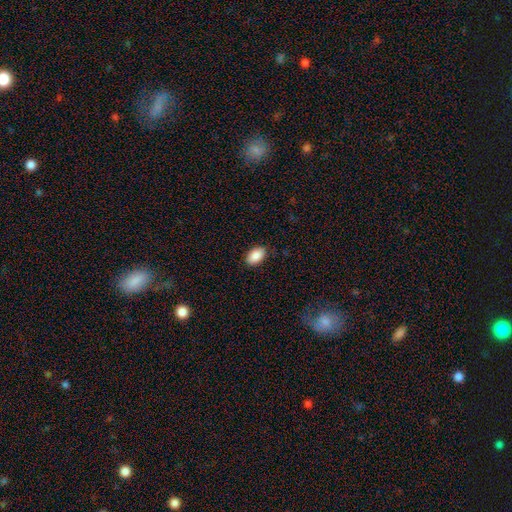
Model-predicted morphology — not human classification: Smooth or featured?
  - smooth: 89% *
  - star or artifact: 7%
  - featured or disk: 4%
How rounded?
  - in between: 92% *
  - round: 6%
  - cigar-shaped: 1%
Merging?
  - none: 86% *
  - minor disturbance: 11%
  - major disturbance: 2%
  - merger: 1%